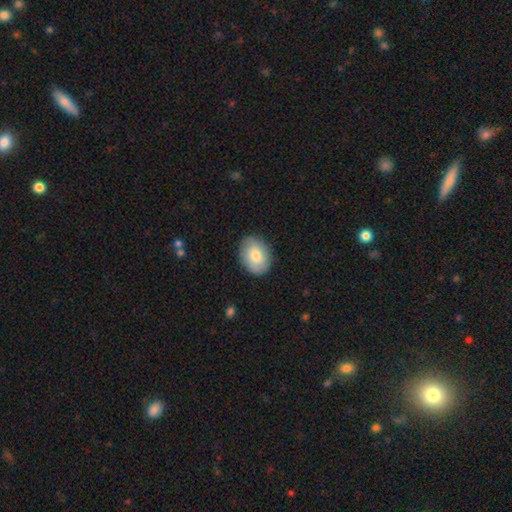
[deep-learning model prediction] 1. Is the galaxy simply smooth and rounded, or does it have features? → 77% smooth, 17% featured or disk, 6% star or artifact.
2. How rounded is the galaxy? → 70% in between, 29% round, 1% cigar-shaped.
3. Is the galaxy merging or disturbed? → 87% none, 10% minor disturbance, 2% major disturbance, 1% merger.